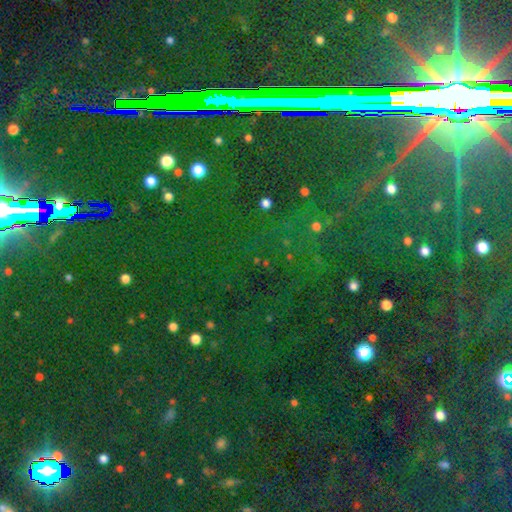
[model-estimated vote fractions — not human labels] The model was most divided on "smooth or featured": star or artifact: 85%, smooth: 8%, featured or disk: 7%.